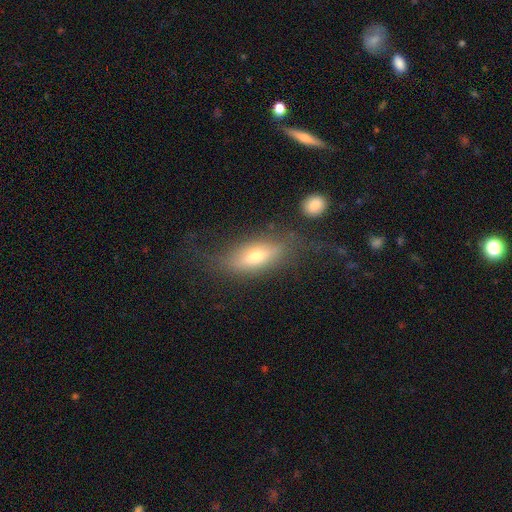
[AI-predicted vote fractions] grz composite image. It shows a smooth galaxy with no disk features (54%) that is in between round and cigar-shaped (70%). Merging: none (58%).